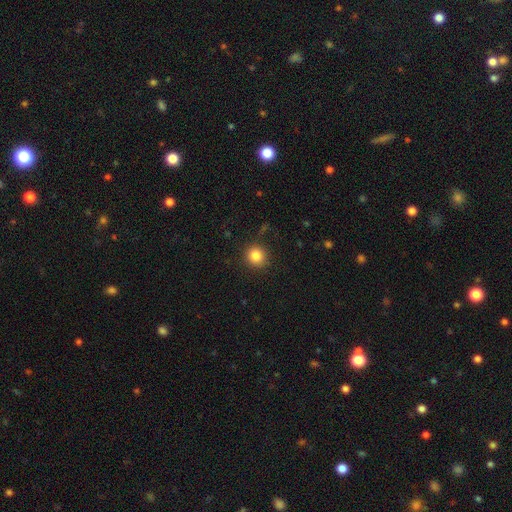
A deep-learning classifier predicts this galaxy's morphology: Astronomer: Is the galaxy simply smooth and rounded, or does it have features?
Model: smooth — 83%.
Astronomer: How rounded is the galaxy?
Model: round — 91%.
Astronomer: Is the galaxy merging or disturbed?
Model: none — 88%.